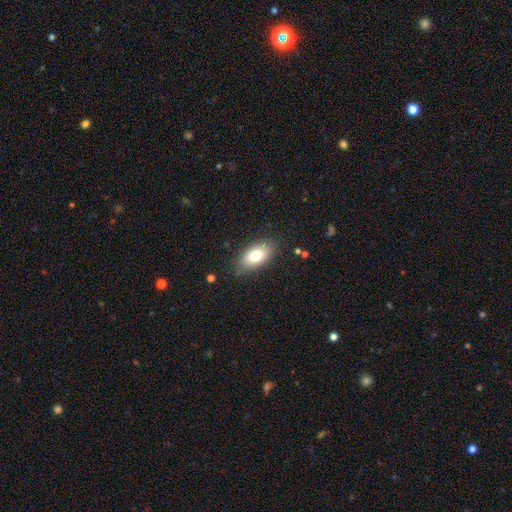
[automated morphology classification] The model was most divided on "smooth or featured": smooth: 77%, featured or disk: 15%, star or artifact: 8%. More confident: how rounded — in between (89%); merging — none (83%).